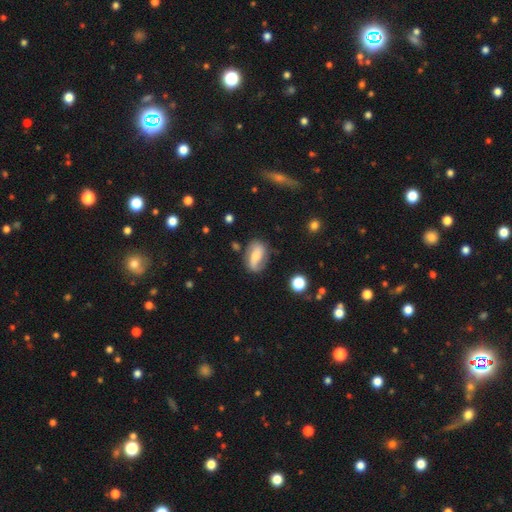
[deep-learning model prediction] Overall: featured or disk (54%; smooth 38%). Edge-on disk: no (94%). Bar: no (43%; weak 35%). Spiral arms: yes (83%). Bulge size: moderate (46%; small 41%). Merging: none (67%).